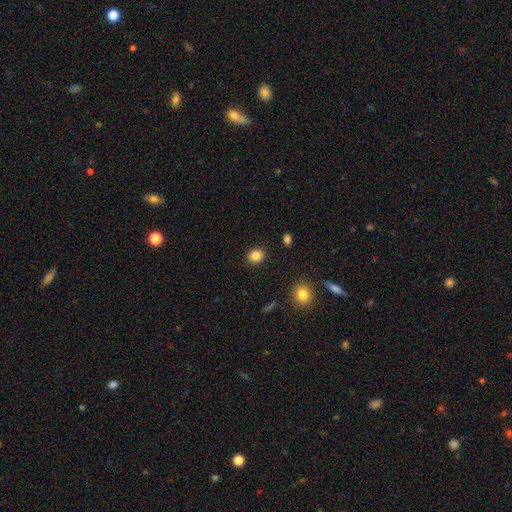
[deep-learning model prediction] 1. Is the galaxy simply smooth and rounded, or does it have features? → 86% smooth, 10% star or artifact, 4% featured or disk.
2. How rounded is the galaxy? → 57% round, 42% in between, 1% cigar-shaped.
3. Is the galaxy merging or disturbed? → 89% none, 7% minor disturbance, 2% major disturbance, 2% merger.